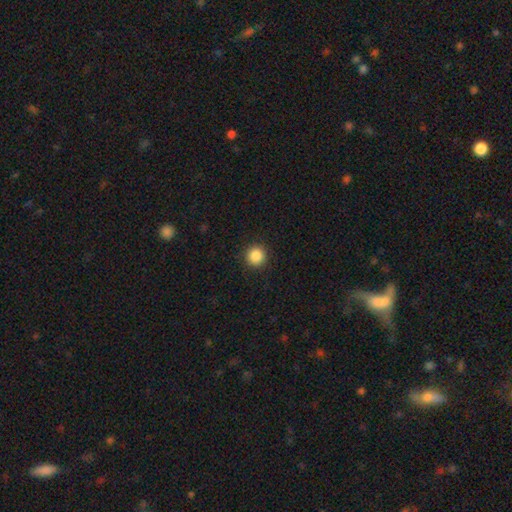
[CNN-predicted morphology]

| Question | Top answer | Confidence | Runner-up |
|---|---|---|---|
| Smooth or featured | smooth | 87% | star or artifact (10%) |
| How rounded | round | 95% | in between (4%) |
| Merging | none | 92% | minor disturbance (5%) |